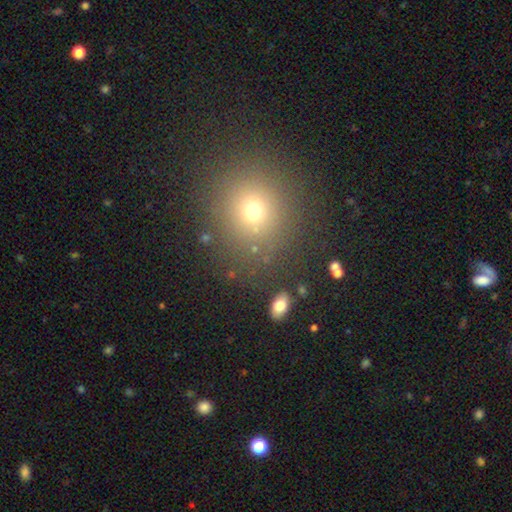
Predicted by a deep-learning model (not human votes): Smooth or featured: smooth — 63% (star or artifact — 29%)
How rounded: round — 87% (in between — 12%)
Merging: none — 87% (minor disturbance — 8%)